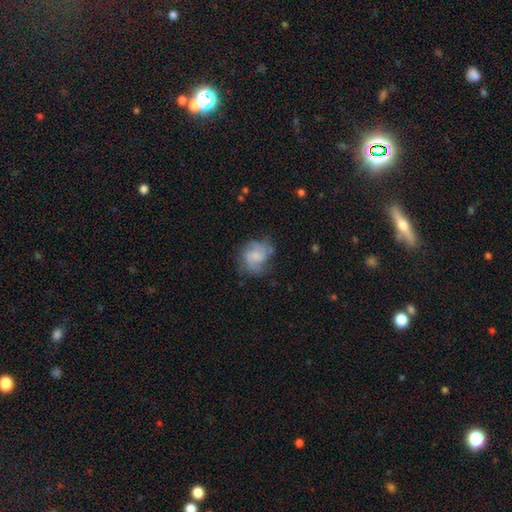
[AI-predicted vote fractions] featured or disk 60%, smooth 32%, star or artifact 8%. Down the decision tree: edge-on disk — no (98%); bar — no (61%); spiral arms — yes (86%); spiral arm count — 2 (49%); spiral winding — medium (47%); bulge size — small (36%); merging — none (61%).